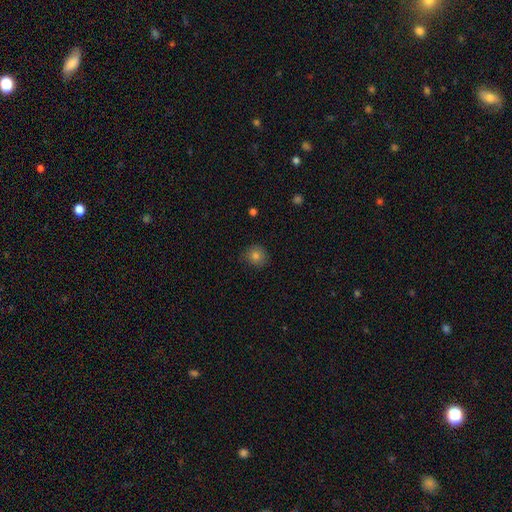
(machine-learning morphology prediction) A smooth galaxy with no disk features (81%) that is round (89%).

Vote fractions:
- Smooth or featured? smooth: 81% / star or artifact: 12% / featured or disk: 7%
- How rounded? round: 89% / in between: 10% / cigar-shaped: 1%
- Merging? none: 85% / minor disturbance: 12% / major disturbance: 2% / merger: 1%